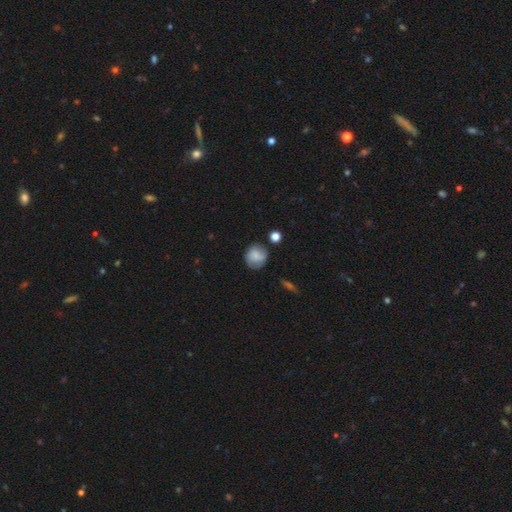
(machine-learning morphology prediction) smooth-or-featured: smooth: 70% | featured or disk: 21% | star or artifact: 9%
  how-rounded: round: 84% | in between: 15% | cigar-shaped: 1%
  merging: none: 72% | minor disturbance: 20% | major disturbance: 5% | merger: 3%